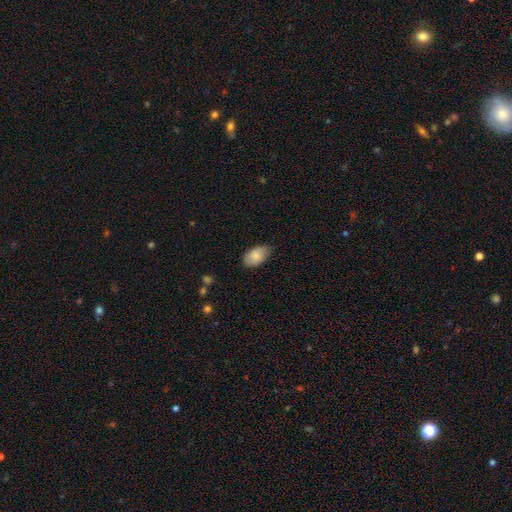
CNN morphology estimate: Smooth or featured: smooth — 85% (featured or disk — 9%)
How rounded: in between — 93% (round — 6%)
Merging: none — 68% (minor disturbance — 27%)